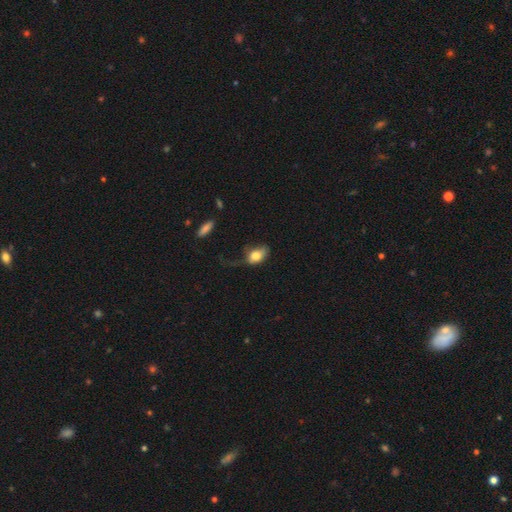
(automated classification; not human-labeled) The model was most divided on "merging": major disturbance: 35%, minor disturbance: 32%, none: 29%, merger: 4%. More confident: how rounded — in between (84%); smooth or featured — smooth (78%).